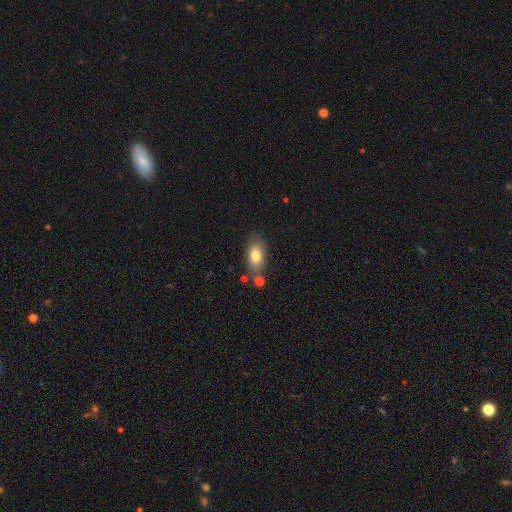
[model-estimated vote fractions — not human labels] Q: Smooth or featured?
A: smooth (79%); runner-up: featured or disk (13%)
Q: How rounded?
A: in between (87%); runner-up: cigar-shaped (7%)
Q: Merging?
A: none (72%); runner-up: minor disturbance (15%)